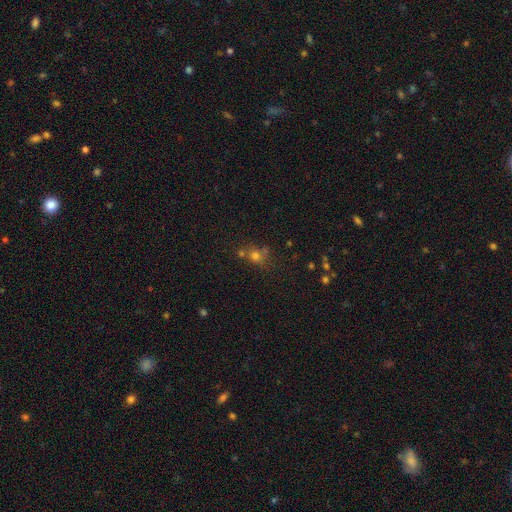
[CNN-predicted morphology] Q: Smooth or featured?
A: smooth (61%); runner-up: star or artifact (27%)
Q: How rounded?
A: round (76%); runner-up: in between (22%)
Q: Merging?
A: none (56%); runner-up: merger (24%)